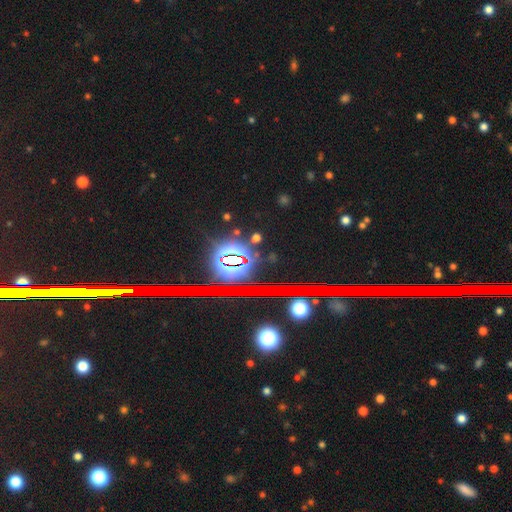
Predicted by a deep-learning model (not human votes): This appears to be a star or artifact, not a galaxy (82%).